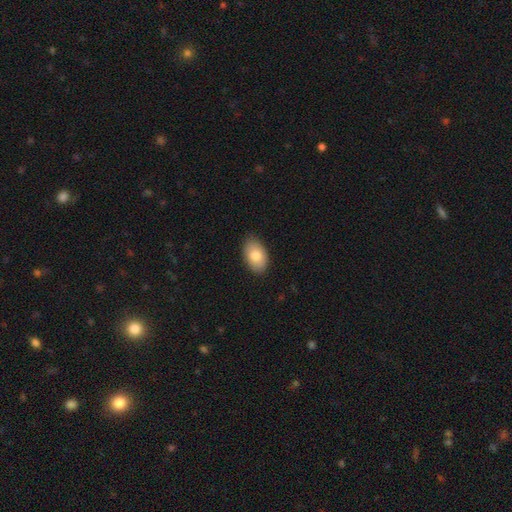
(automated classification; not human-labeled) This appears to be a smooth galaxy with no disk features (83%) that is in between round and cigar-shaped (91%). Merging: none (86%).